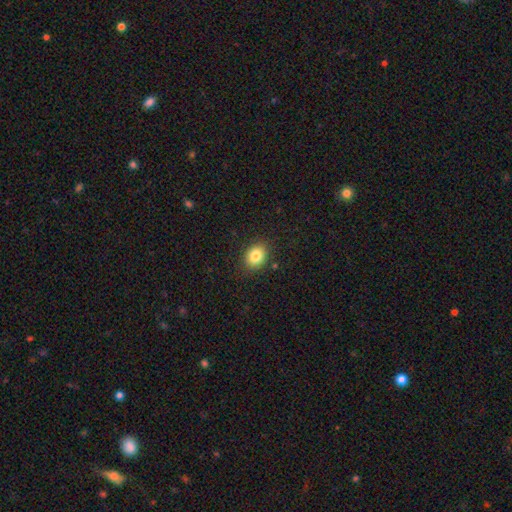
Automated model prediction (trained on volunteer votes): smooth 83%, star or artifact 10%, featured or disk 7%. Down the decision tree: how rounded — in between (54%); merging — none (87%).